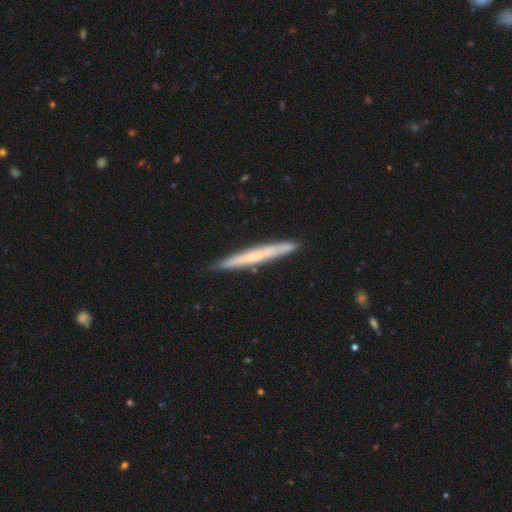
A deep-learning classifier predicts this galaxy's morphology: smooth_or_featured: featured or disk (p=0.52) [alt: smooth p=0.42]
disk_edge_on: yes (p=0.95) [alt: no p=0.05]
merging: none (p=0.88) [alt: minor disturbance p=0.09]